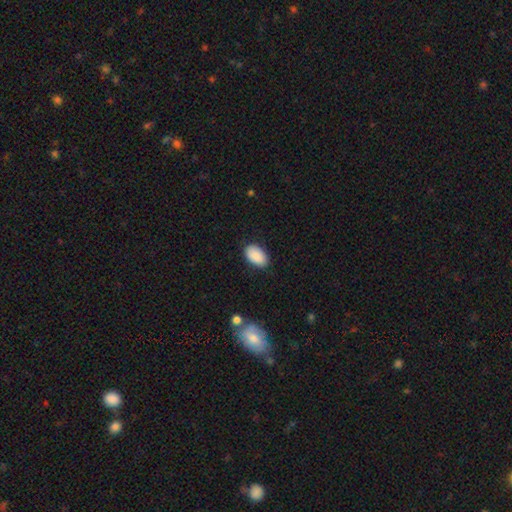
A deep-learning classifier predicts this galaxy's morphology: This is clearly a smooth galaxy (90%). How rounded: clearly in between (94%). Merging: clearly none (84%).